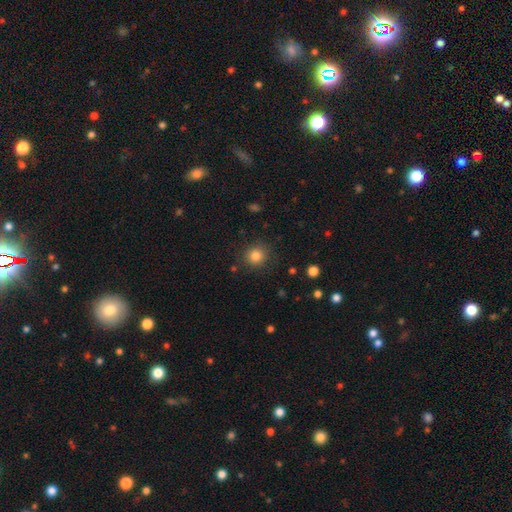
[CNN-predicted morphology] Smooth or featured? Predicted: smooth (p=0.83). How rounded? Predicted: round (p=0.90). Merging? Predicted: none (p=0.87).